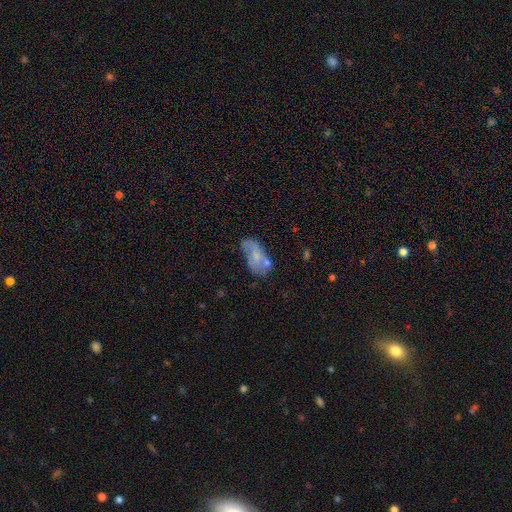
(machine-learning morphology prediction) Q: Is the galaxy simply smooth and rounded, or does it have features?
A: smooth — 53%.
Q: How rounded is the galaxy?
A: in between — 90%.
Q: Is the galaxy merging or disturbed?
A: none — 32%.